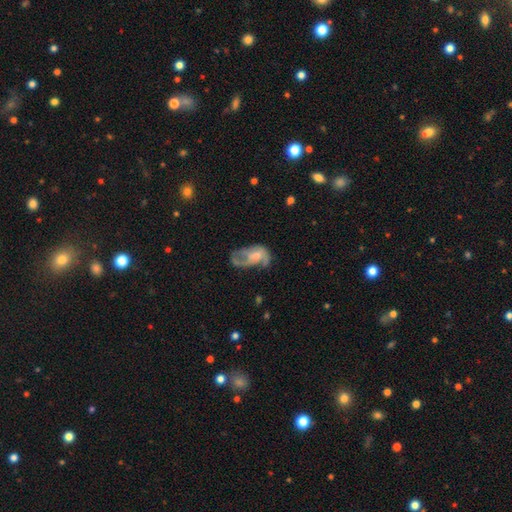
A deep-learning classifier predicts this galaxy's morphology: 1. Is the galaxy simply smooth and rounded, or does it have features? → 63% featured or disk, 29% smooth, 8% star or artifact.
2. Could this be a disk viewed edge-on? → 96% no, 4% yes.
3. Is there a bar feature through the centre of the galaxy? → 69% no, 26% weak, 5% strong.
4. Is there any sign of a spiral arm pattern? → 65% yes, 35% no.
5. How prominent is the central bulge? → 46% small, 40% moderate, 9% none, 4% large, 1% dominant.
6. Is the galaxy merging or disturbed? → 44% major disturbance, 29% none, 23% minor disturbance, 4% merger.